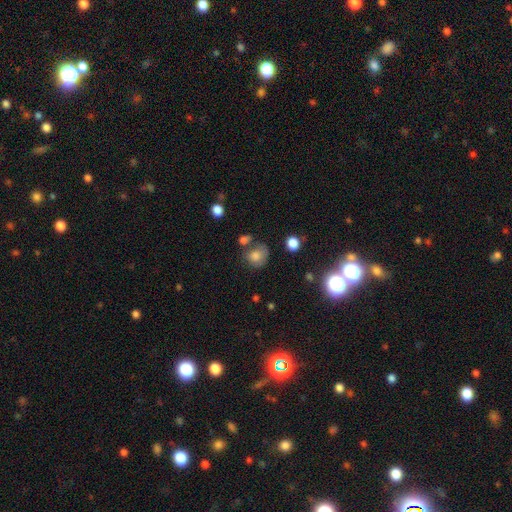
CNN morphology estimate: Overall: smooth (75%). How rounded: round (68%; in between 31%). Merging: none (46%; minor disturbance 23%).